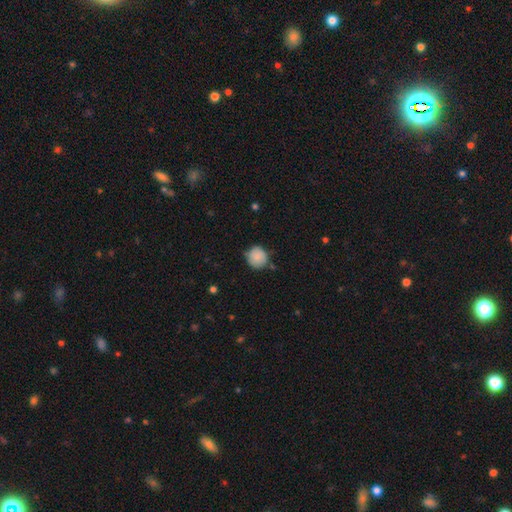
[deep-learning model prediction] The model was most divided on "merging": none: 71%, minor disturbance: 22%, major disturbance: 4%, merger: 3%. More confident: how rounded — round (91%); smooth or featured — smooth (84%).